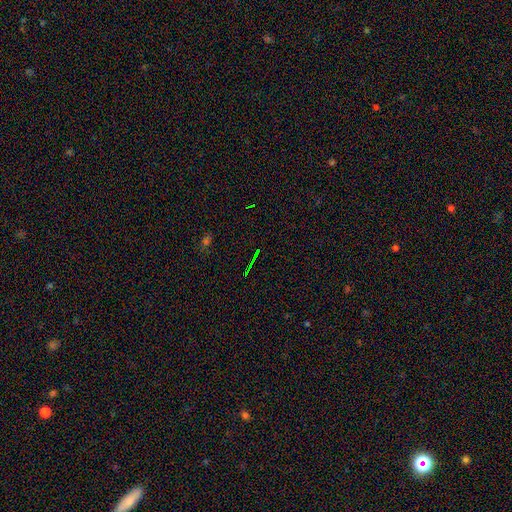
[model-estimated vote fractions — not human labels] Overall: star or artifact (74%).